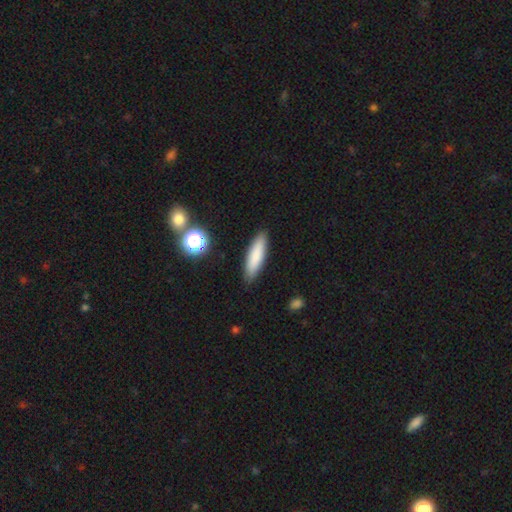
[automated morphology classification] This is clearly a smooth galaxy (83%). How rounded: likely cigar-shaped (67%). Merging: clearly none (88%).